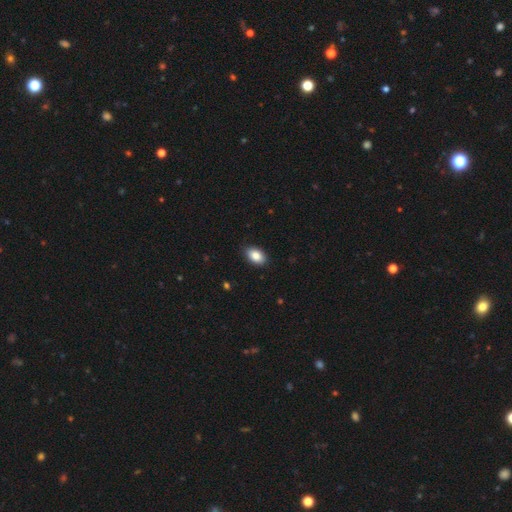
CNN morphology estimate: This appears to be a smooth galaxy with no disk features (88%) that is in between round and cigar-shaped (90%). Merging: none (87%).